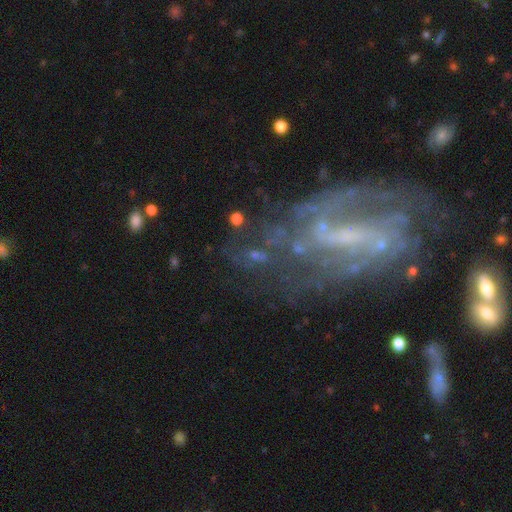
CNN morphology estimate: A featured or disk galaxy (59%) with no bar (54%), spiral arms (66%) and a small central bulge (49%). Merging: none (51%).